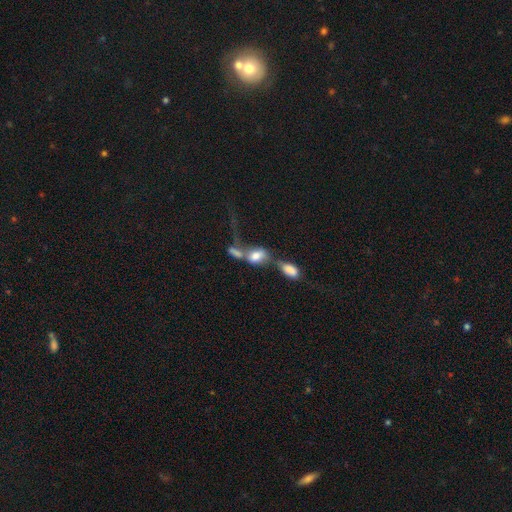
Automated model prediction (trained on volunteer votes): The model was most divided on "smooth or featured": smooth: 61%, featured or disk: 28%, star or artifact: 11%. More confident: how rounded — in between (82%); merging — merger (65%).